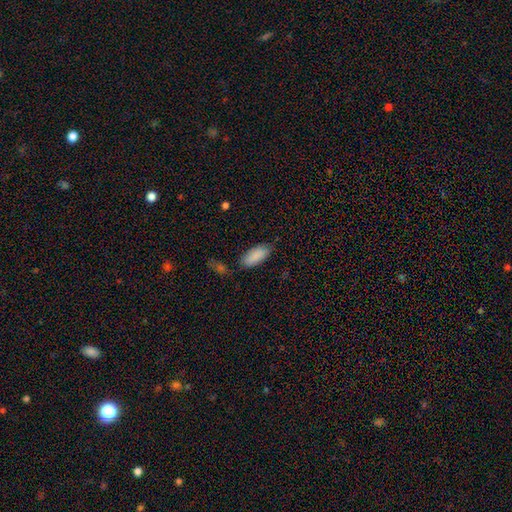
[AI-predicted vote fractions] smooth-or-featured: smooth: 89% | star or artifact: 6% | featured or disk: 5%
  how-rounded: in between: 81% | cigar-shaped: 17% | round: 2%
  merging: none: 77% | minor disturbance: 16% | merger: 4% | major disturbance: 4%